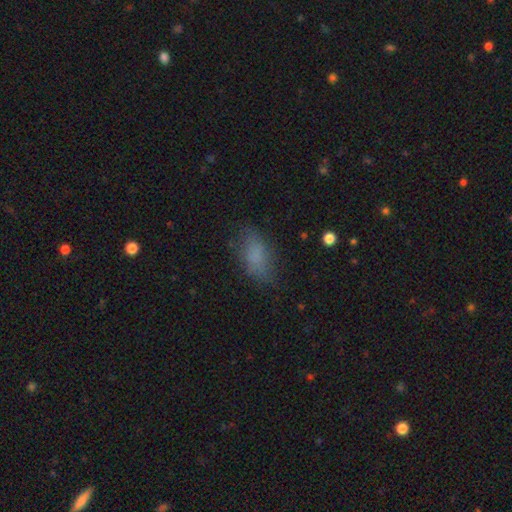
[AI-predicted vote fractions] This is likely a smooth galaxy (75%). How rounded: clearly in between (87%). Merging: likely none (68%).